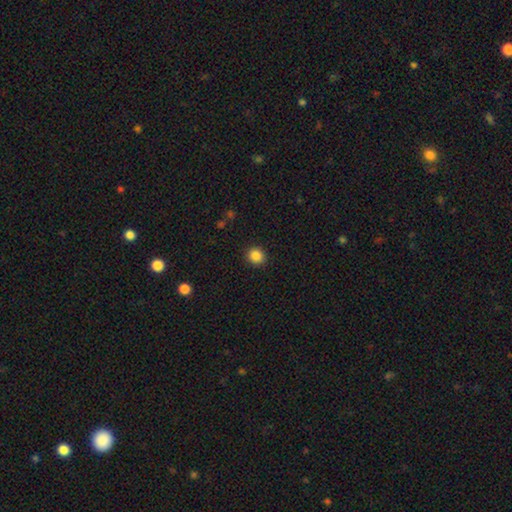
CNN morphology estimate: smooth 86%, star or artifact 10%, featured or disk 4%. Down the decision tree: how rounded — round (86%); merging — none (91%).